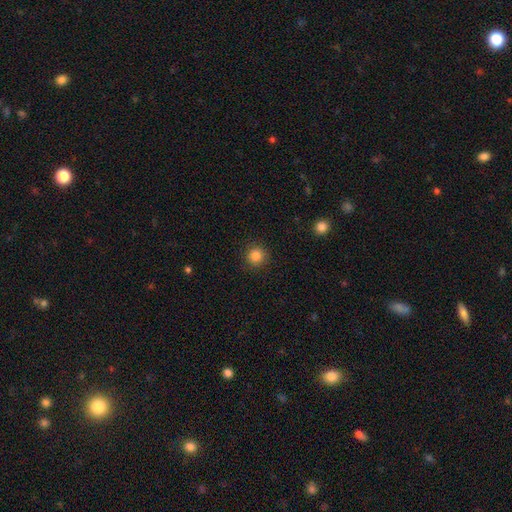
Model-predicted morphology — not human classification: A smooth galaxy with no disk features (85%) that is round (94%). Merging: none (90%).